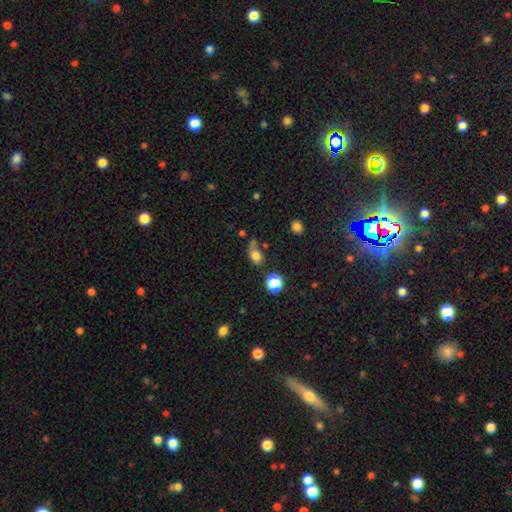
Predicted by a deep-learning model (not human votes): smooth_or_featured: smooth (p=0.78) [alt: star or artifact p=0.14]
how_rounded: in between (p=0.62) [alt: round p=0.35]
merging: none (p=0.48) [alt: minor disturbance p=0.21]